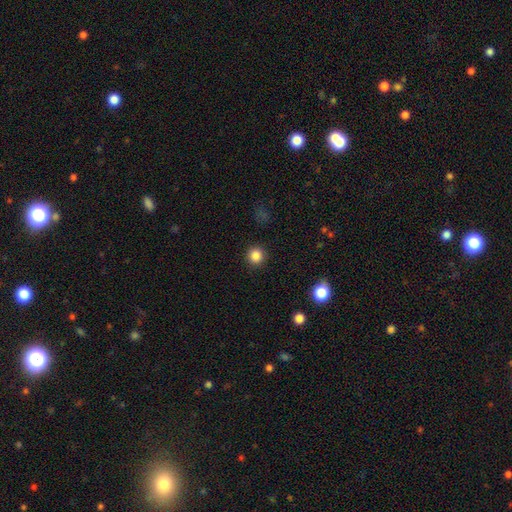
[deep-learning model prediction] Smooth or featured? smooth (85%)
How rounded? round (94%)
Merging? none (92%)